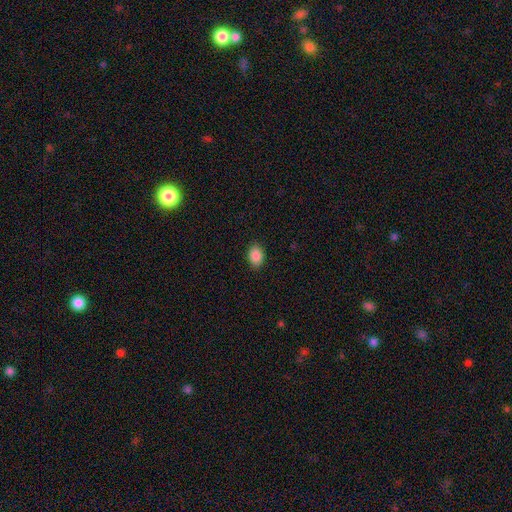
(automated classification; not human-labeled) A smooth galaxy with no disk features (88%) that is in between round and cigar-shaped (83%).

Vote fractions:
- Smooth or featured? smooth: 88% / star or artifact: 8% / featured or disk: 4%
- How rounded? in between: 83% / round: 16% / cigar-shaped: 1%
- Merging? none: 89% / minor disturbance: 8% / major disturbance: 2% / merger: 1%